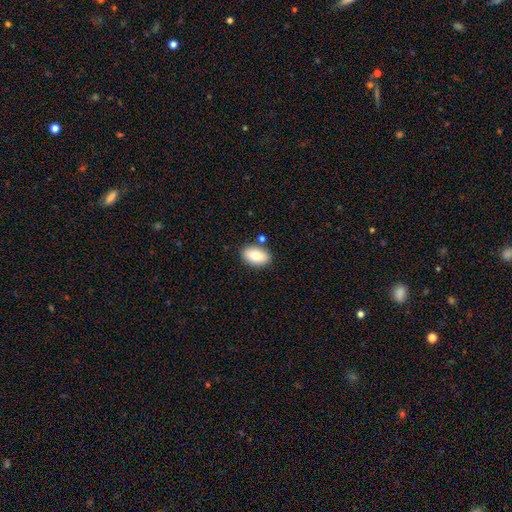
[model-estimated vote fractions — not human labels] This is clearly a smooth galaxy (83%). How rounded: clearly in between (91%). Merging: clearly none (82%).